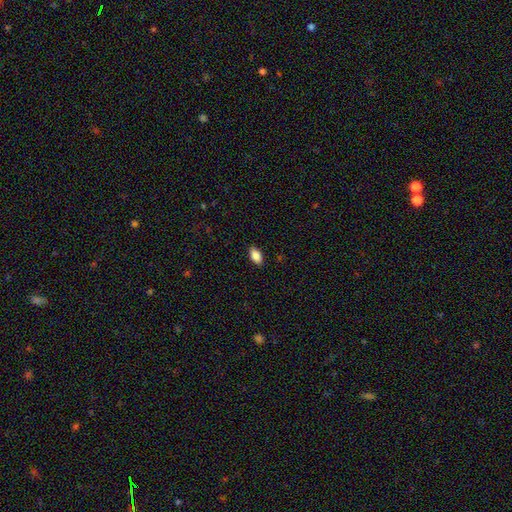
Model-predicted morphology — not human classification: Q: Smooth or featured?
A: smooth (86%); runner-up: star or artifact (8%)
Q: How rounded?
A: in between (92%); runner-up: round (5%)
Q: Merging?
A: none (88%); runner-up: minor disturbance (9%)